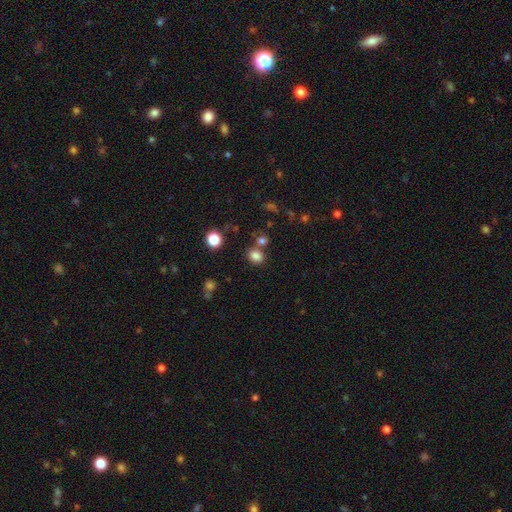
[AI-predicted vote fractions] Q: Smooth or featured?
A: smooth (81%); runner-up: star or artifact (14%)
Q: How rounded?
A: in between (53%); runner-up: round (46%)
Q: Merging?
A: none (70%); runner-up: merger (15%)